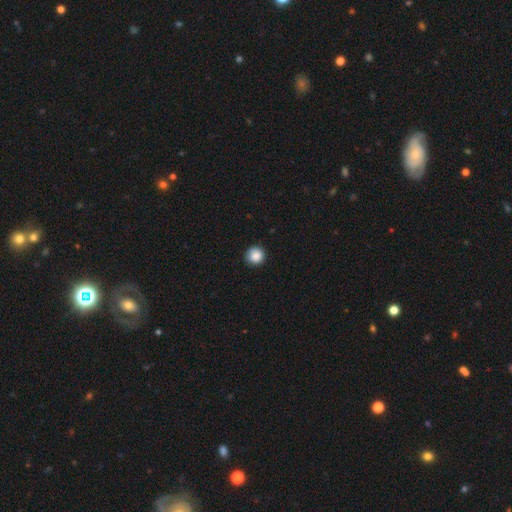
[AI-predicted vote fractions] Q: Smooth or featured?
A: smooth (87%); runner-up: star or artifact (9%)
Q: How rounded?
A: round (94%); runner-up: in between (5%)
Q: Merging?
A: none (89%); runner-up: minor disturbance (8%)